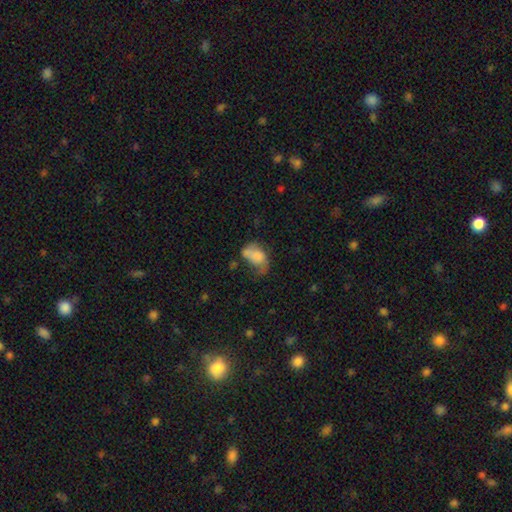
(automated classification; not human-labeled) Smooth or featured? smooth (69%)
How rounded? in between (86%)
Merging? major disturbance (35%)